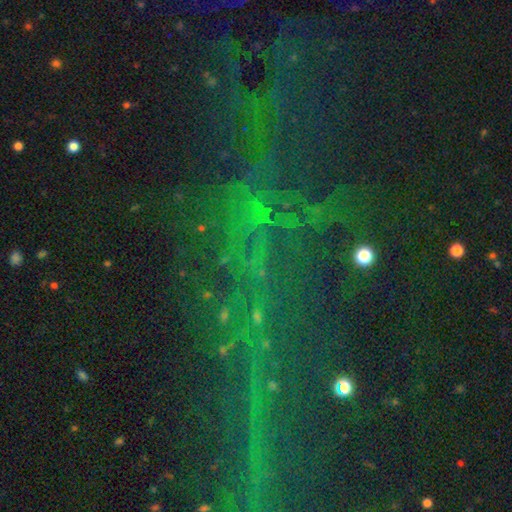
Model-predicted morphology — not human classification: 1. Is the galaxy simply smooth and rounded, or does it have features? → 70% star or artifact, 15% smooth, 15% featured or disk.